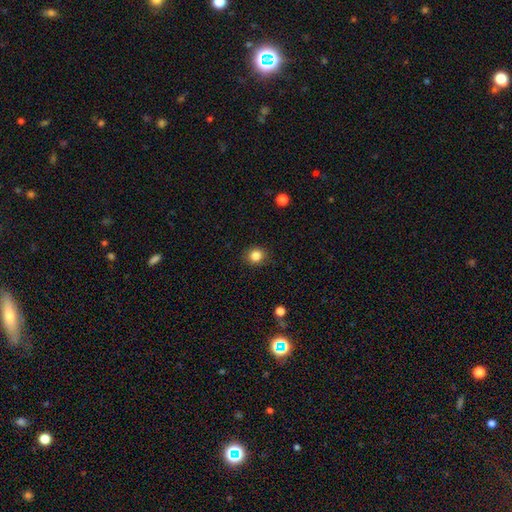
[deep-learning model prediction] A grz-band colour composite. It shows a smooth galaxy with no disk features (85%) that is round (80%). Merging: none (86%).